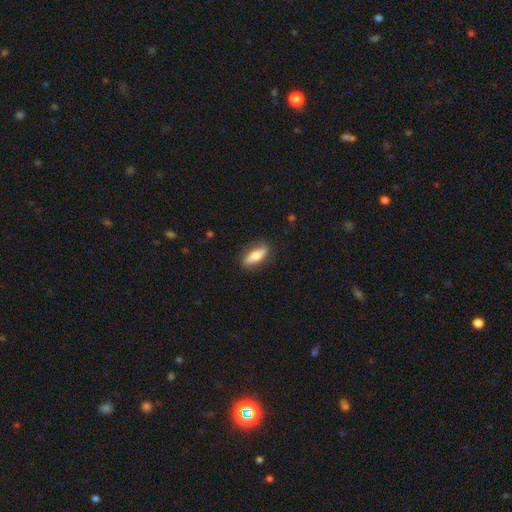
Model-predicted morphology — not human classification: The model was most divided on "how rounded": in between: 59%, cigar-shaped: 38%, round: 3%. More confident: merging — none (84%); smooth or featured — smooth (62%).